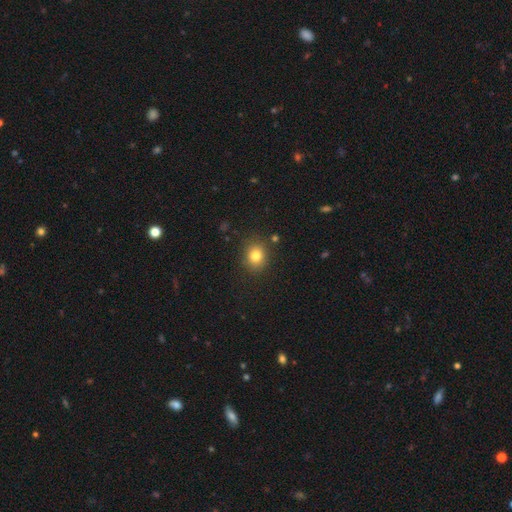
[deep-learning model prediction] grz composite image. It shows a smooth galaxy with no disk features (81%) that is round (71%). Merging: none (85%).